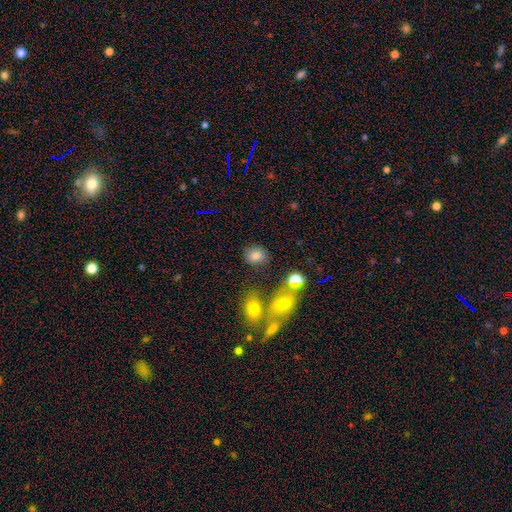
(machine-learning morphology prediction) Q: Smooth or featured?
A: smooth (80%); runner-up: star or artifact (12%)
Q: How rounded?
A: round (60%); runner-up: in between (38%)
Q: Merging?
A: none (80%); runner-up: minor disturbance (10%)